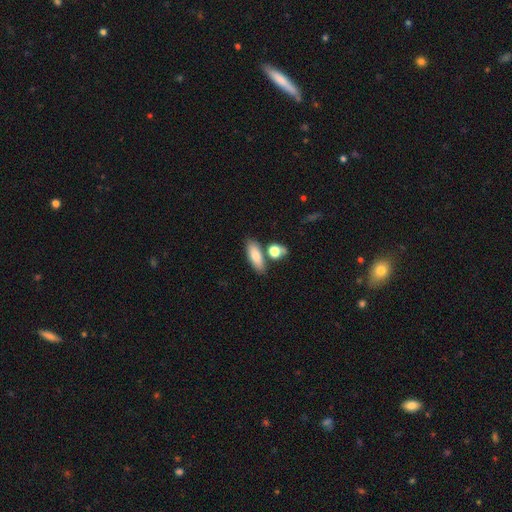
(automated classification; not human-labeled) Smooth or featured: smooth — 78% (featured or disk — 15%)
How rounded: in between — 70% (cigar-shaped — 25%)
Merging: none — 72% (merger — 14%)